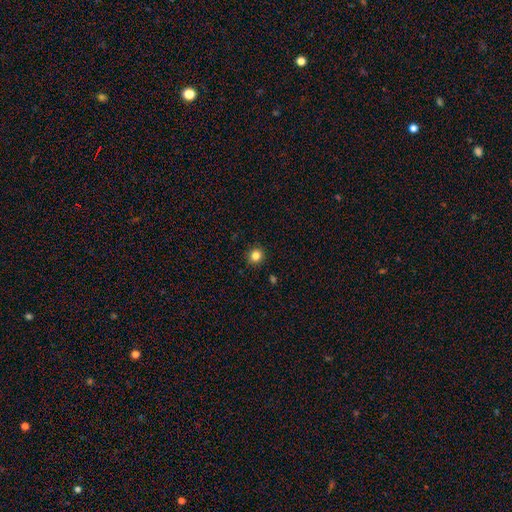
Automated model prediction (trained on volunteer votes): Q: Smooth or featured?
A: smooth (83%); runner-up: star or artifact (12%)
Q: How rounded?
A: round (91%); runner-up: in between (8%)
Q: Merging?
A: none (92%); runner-up: minor disturbance (5%)